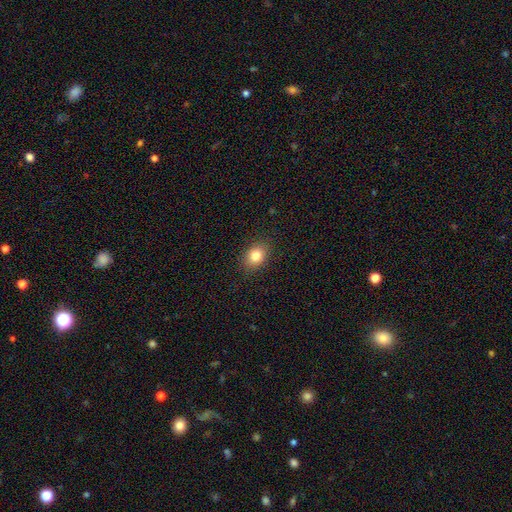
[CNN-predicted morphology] Q: Smooth or featured?
A: smooth (82%); runner-up: star or artifact (10%)
Q: How rounded?
A: in between (63%); runner-up: round (36%)
Q: Merging?
A: none (87%); runner-up: minor disturbance (9%)